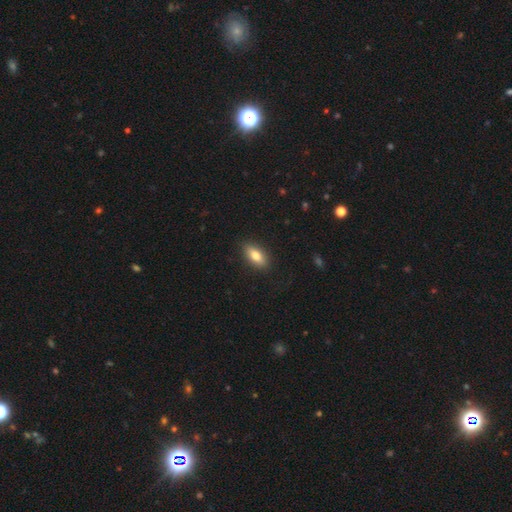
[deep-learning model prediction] Smooth or featured?
  - smooth: 77% *
  - featured or disk: 16%
  - star or artifact: 7%
How rounded?
  - in between: 84% *
  - cigar-shaped: 12%
  - round: 4%
Merging?
  - none: 88% *
  - minor disturbance: 9%
  - major disturbance: 2%
  - merger: 1%